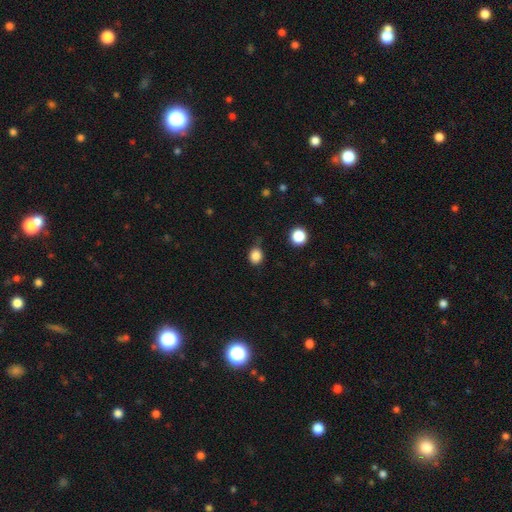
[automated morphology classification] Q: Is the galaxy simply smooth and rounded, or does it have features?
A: smooth — 85%.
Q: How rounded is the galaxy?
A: round — 68%.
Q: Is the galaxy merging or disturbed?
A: none — 68%.